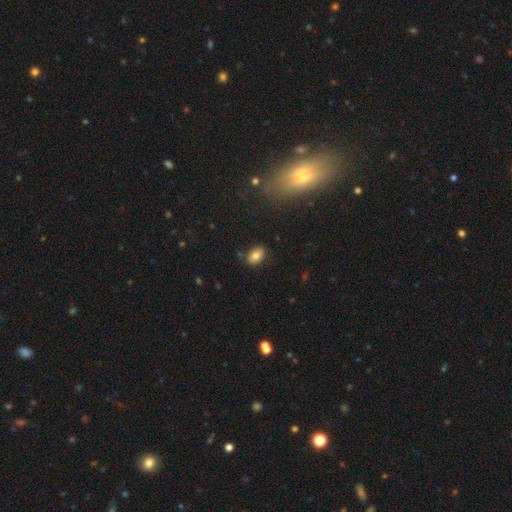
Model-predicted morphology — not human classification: A smooth galaxy with no disk features (82%) that is in between round and cigar-shaped (84%).

Vote fractions:
- Smooth or featured? smooth: 82% / star or artifact: 10% / featured or disk: 9%
- How rounded? in between: 84% / round: 15% / cigar-shaped: 1%
- Merging? none: 82% / minor disturbance: 12% / merger: 3% / major disturbance: 3%